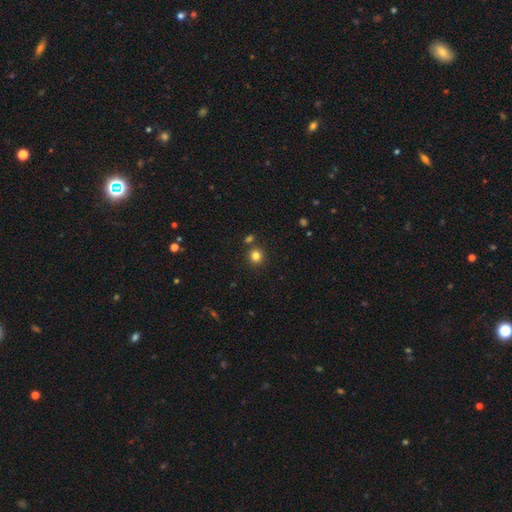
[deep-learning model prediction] A smooth galaxy with no disk features (81%) that is round (92%).

Vote fractions:
- Smooth or featured? smooth: 81% / star or artifact: 14% / featured or disk: 5%
- How rounded? round: 92% / in between: 7% / cigar-shaped: 1%
- Merging? none: 82% / merger: 9% / minor disturbance: 7% / major disturbance: 2%